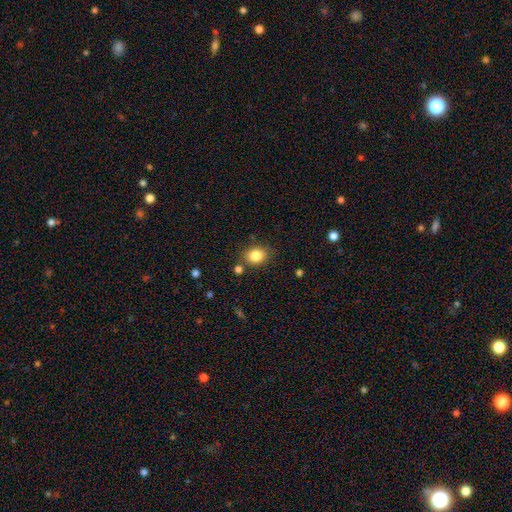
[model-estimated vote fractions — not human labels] smooth_or_featured: smooth (p=0.84) [alt: star or artifact p=0.10]
how_rounded: round (p=0.56) [alt: in between p=0.43]
merging: none (p=0.80) [alt: minor disturbance p=0.11]